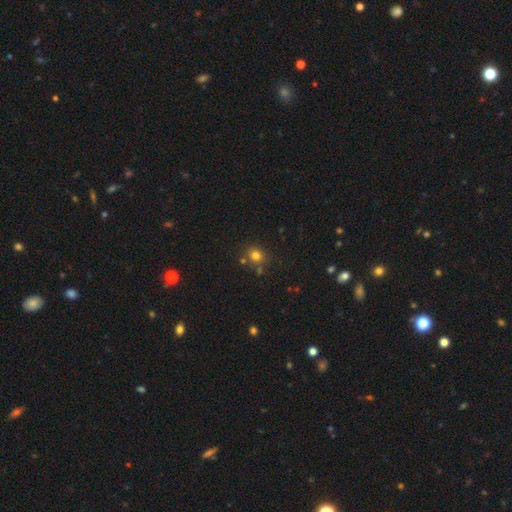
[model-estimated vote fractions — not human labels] A smooth galaxy with no disk features (76%) that is round (82%).

Vote fractions:
- Smooth or featured? smooth: 76% / star or artifact: 17% / featured or disk: 7%
- How rounded? round: 82% / in between: 17% / cigar-shaped: 1%
- Merging? none: 75% / minor disturbance: 11% / merger: 10% / major disturbance: 4%